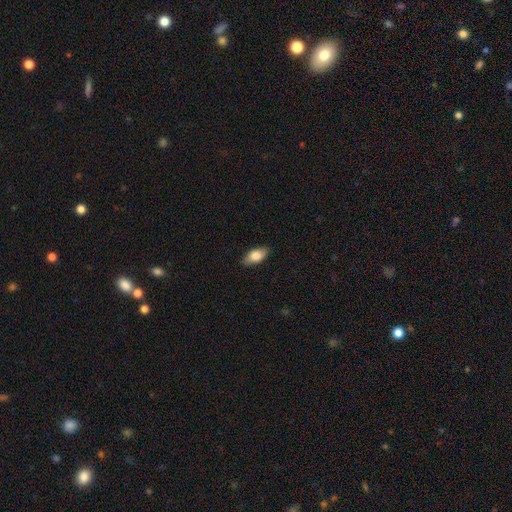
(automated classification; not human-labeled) A smooth galaxy with no disk features (80%) that is in between round and cigar-shaped (90%).

Vote fractions:
- Smooth or featured? smooth: 80% / featured or disk: 14% / star or artifact: 6%
- How rounded? in between: 90% / cigar-shaped: 6% / round: 4%
- Merging? none: 86% / minor disturbance: 11% / major disturbance: 2% / merger: 1%